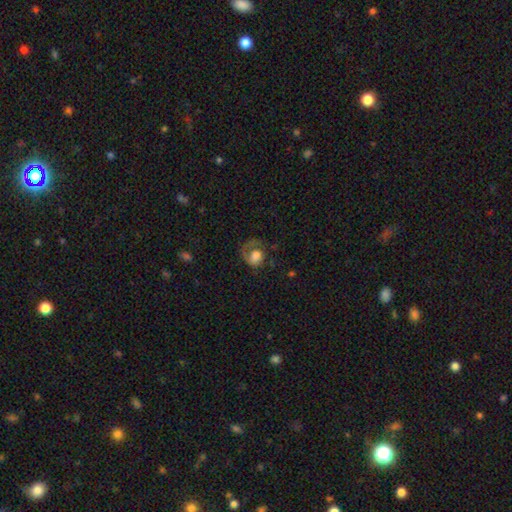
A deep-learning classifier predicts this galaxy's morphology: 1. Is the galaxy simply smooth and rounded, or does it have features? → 49% smooth, 42% featured or disk, 9% star or artifact.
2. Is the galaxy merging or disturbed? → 40% major disturbance, 38% none, 20% minor disturbance, 2% merger.